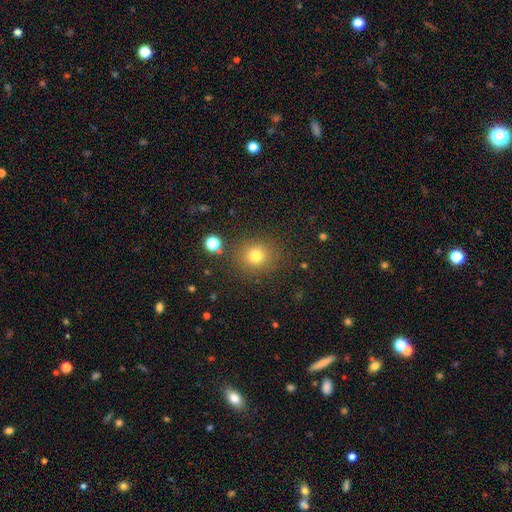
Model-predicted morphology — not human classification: smooth_or_featured: smooth (p=0.77) [alt: star or artifact p=0.15]
how_rounded: round (p=0.87) [alt: in between p=0.12]
merging: none (p=0.84) [alt: minor disturbance p=0.09]